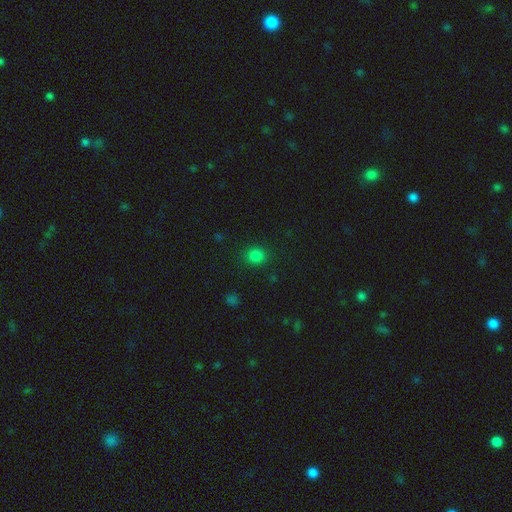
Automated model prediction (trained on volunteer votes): This appears to be a smooth galaxy with no disk features (82%) that is round (78%). Merging: none (87%).